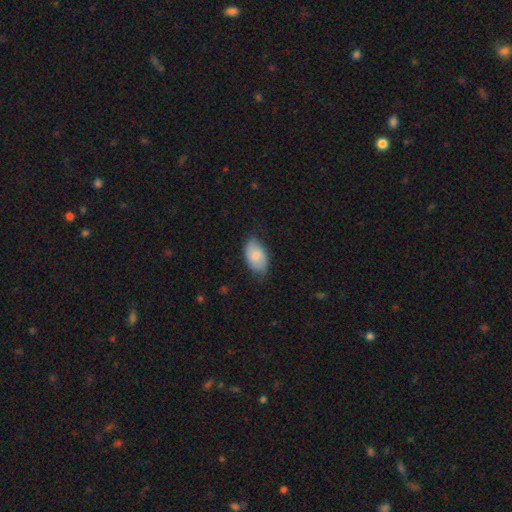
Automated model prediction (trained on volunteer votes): A smooth galaxy with no disk features (76%) that is in between round and cigar-shaped (93%). Merging: none (70%).